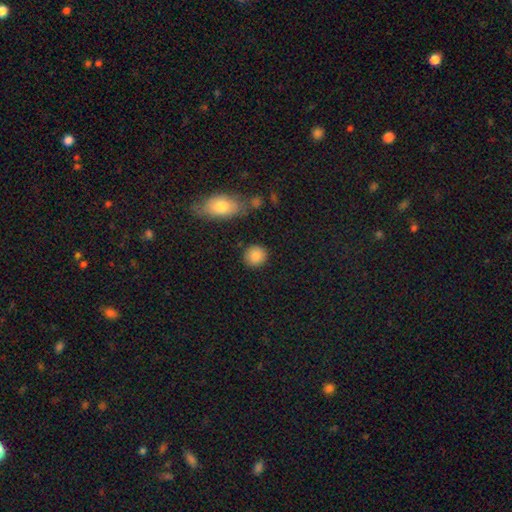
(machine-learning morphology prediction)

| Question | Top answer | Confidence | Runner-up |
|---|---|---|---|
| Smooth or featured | smooth | 87% | star or artifact (8%) |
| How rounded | round | 86% | in between (13%) |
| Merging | none | 87% | minor disturbance (8%) |